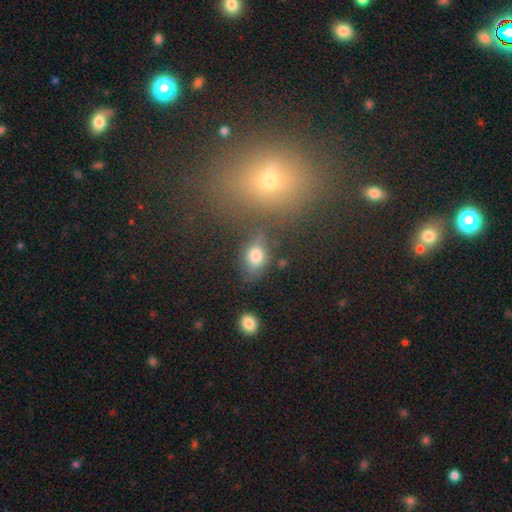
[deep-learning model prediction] This appears to be a smooth galaxy with no disk features (75%) that is in between round and cigar-shaped (69%). Merging: none (58%).